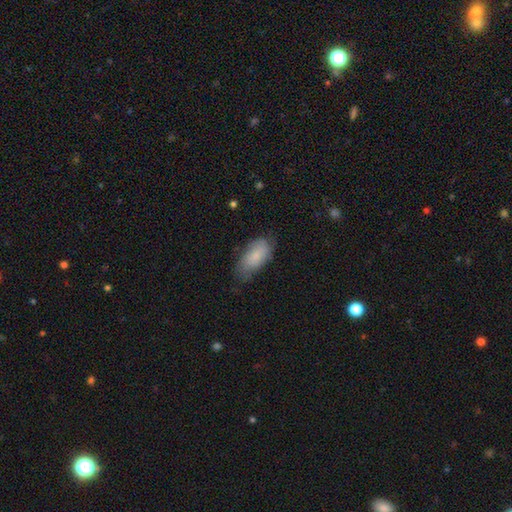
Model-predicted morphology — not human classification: The model was most divided on "merging": none: 60%, minor disturbance: 31%, major disturbance: 8%, merger: 1%. More confident: how rounded — in between (91%); smooth or featured — smooth (80%).